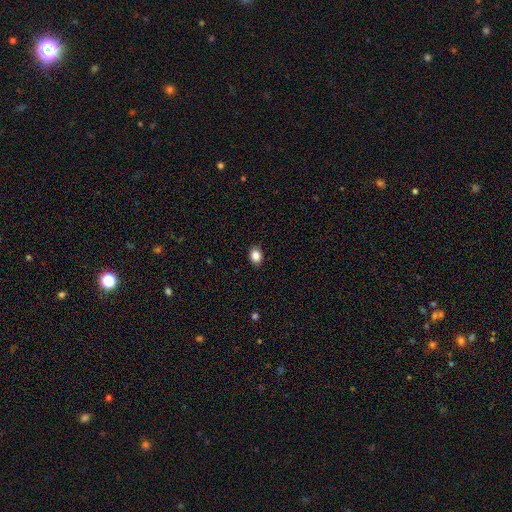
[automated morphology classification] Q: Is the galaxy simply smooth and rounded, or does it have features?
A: smooth — 86%.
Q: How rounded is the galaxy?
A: in between — 63%.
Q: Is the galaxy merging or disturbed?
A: none — 90%.